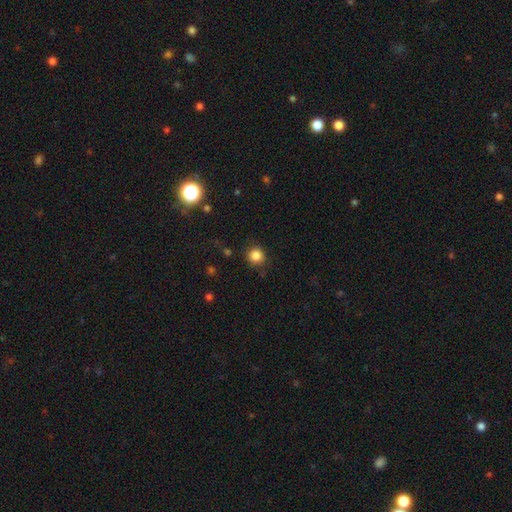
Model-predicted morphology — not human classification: type=smooth (85%); roundness=round (91%); merging=none (87%).